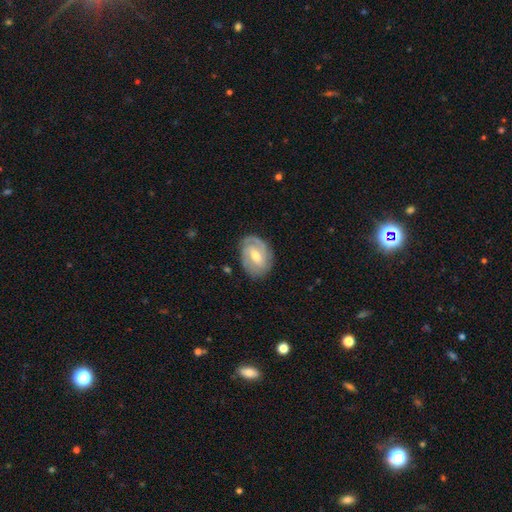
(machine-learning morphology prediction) A featured or disk galaxy (78%) with a weak bar (53%), 2 (57%) tight (55%) spiral arms (91%) and a moderate central bulge (61%). Merging: none (77%).